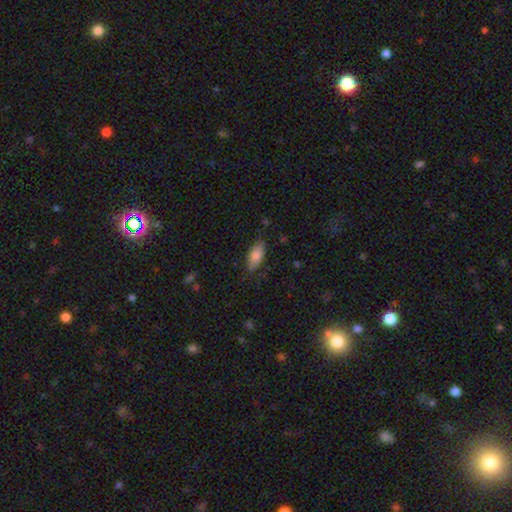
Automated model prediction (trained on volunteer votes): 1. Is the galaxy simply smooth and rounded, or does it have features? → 80% smooth, 14% featured or disk, 7% star or artifact.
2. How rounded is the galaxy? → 86% in between, 12% cigar-shaped, 2% round.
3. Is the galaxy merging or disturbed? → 81% none, 15% minor disturbance, 3% major disturbance, 1% merger.